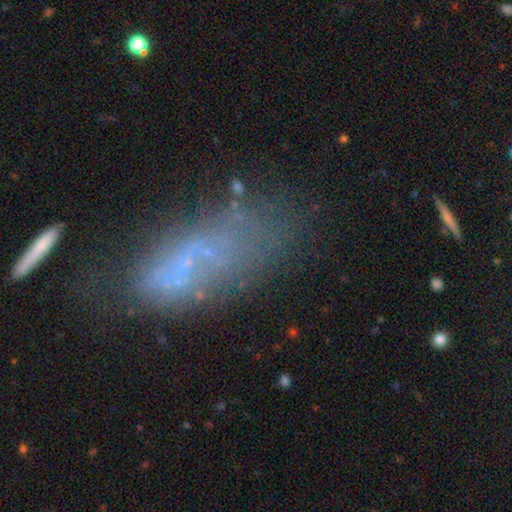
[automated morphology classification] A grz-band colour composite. It shows a featured or disk galaxy (43%). Merging: none (39%).